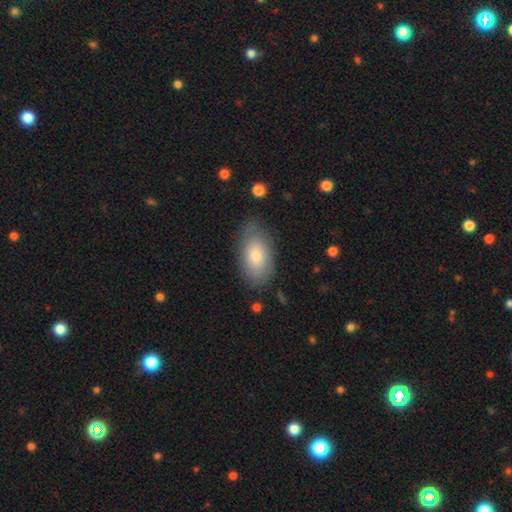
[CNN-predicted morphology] type=smooth (74%); roundness=in between (93%); merging=none (77%).